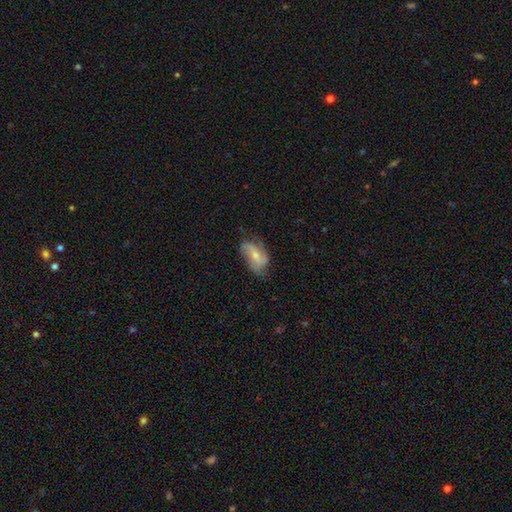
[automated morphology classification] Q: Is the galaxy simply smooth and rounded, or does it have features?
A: featured or disk — 57%.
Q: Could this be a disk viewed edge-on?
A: no — 95%.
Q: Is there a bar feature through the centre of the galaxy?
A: no — 53%.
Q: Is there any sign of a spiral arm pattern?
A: yes — 85%.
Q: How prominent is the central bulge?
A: small — 53%.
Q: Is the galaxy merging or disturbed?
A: none — 58%.